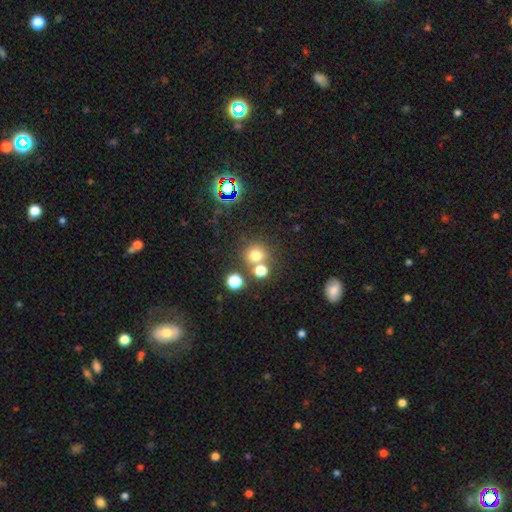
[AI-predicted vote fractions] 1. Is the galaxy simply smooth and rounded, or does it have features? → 72% smooth, 20% star or artifact, 9% featured or disk.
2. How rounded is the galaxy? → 88% round, 11% in between, 1% cigar-shaped.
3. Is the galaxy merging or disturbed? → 62% none, 27% merger, 8% minor disturbance, 4% major disturbance.